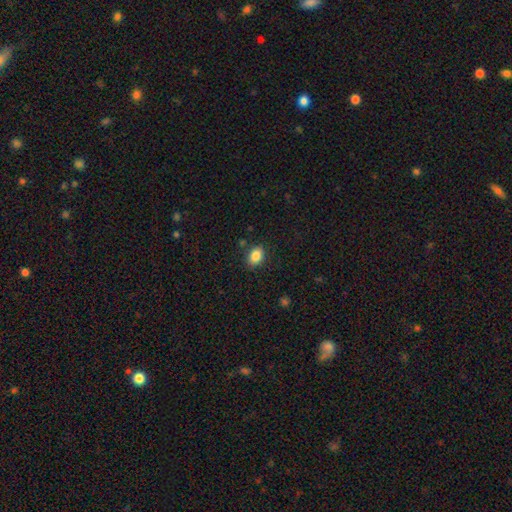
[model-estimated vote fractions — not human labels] Q: Smooth or featured?
A: smooth (86%); runner-up: star or artifact (9%)
Q: How rounded?
A: in between (75%); runner-up: round (24%)
Q: Merging?
A: none (85%); runner-up: minor disturbance (10%)